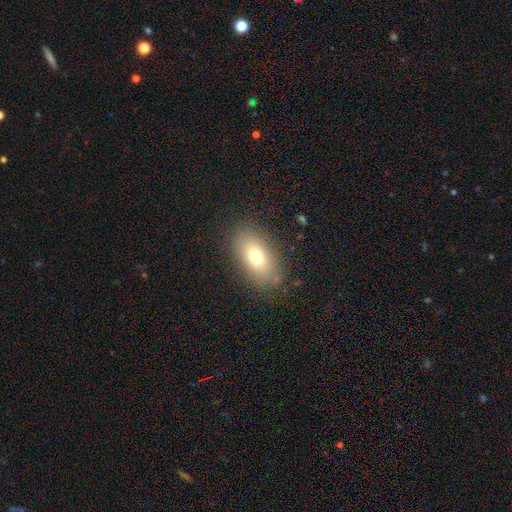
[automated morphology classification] smooth-or-featured: smooth: 73% | featured or disk: 17% | star or artifact: 11%
  how-rounded: in between: 88% | round: 7% | cigar-shaped: 5%
  merging: none: 85% | minor disturbance: 10% | major disturbance: 4% | merger: 1%